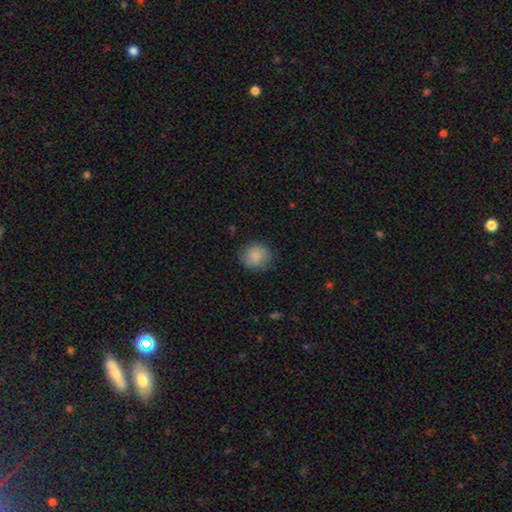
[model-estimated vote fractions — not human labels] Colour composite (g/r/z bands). It shows a smooth galaxy with no disk features (84%) that is round (84%). Merging: none (80%).